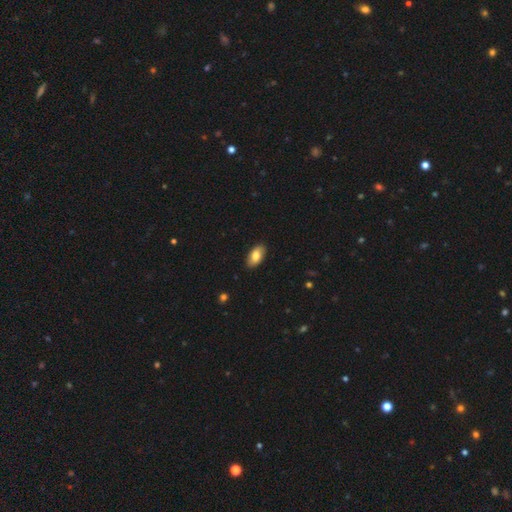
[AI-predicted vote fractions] Overall: smooth (81%). How rounded: in between (93%). Merging: none (89%).